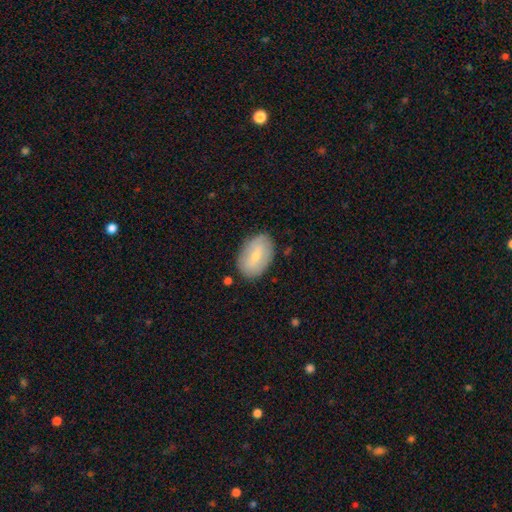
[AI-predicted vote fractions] A smooth galaxy with no disk features (61%) that is in between round and cigar-shaped (90%).

Vote fractions:
- Smooth or featured? smooth: 61% / featured or disk: 32% / star or artifact: 7%
- How rounded? in between: 90% / round: 9% / cigar-shaped: 1%
- Merging? none: 82% / minor disturbance: 14% / major disturbance: 3% / merger: 2%